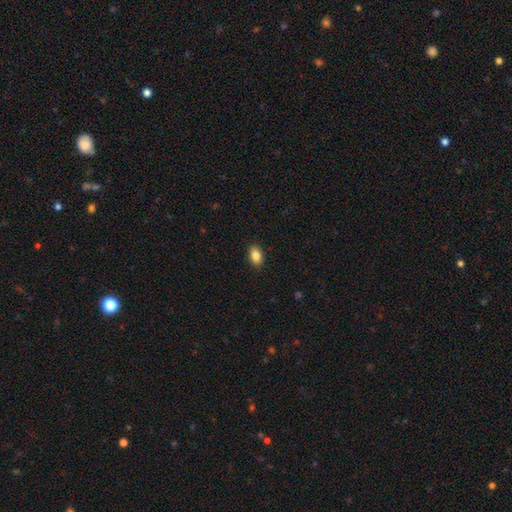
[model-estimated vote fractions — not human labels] smooth-or-featured: smooth: 86% | star or artifact: 8% | featured or disk: 6%
  how-rounded: in between: 89% | round: 9% | cigar-shaped: 2%
  merging: none: 89% | minor disturbance: 8% | major disturbance: 2% | merger: 1%